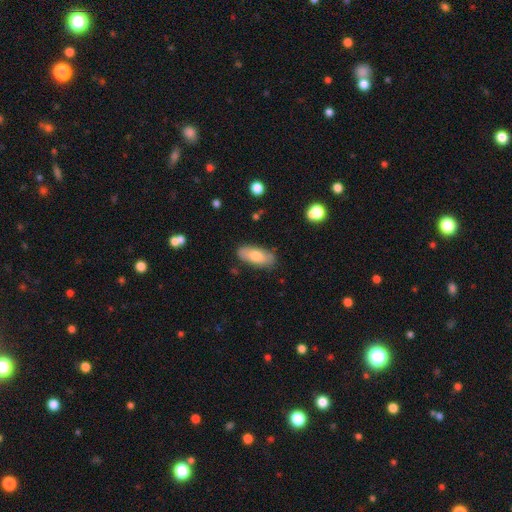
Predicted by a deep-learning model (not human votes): Smooth or featured: smooth — 70% (featured or disk — 23%)
How rounded: in between — 84% (cigar-shaped — 14%)
Merging: none — 81% (minor disturbance — 14%)